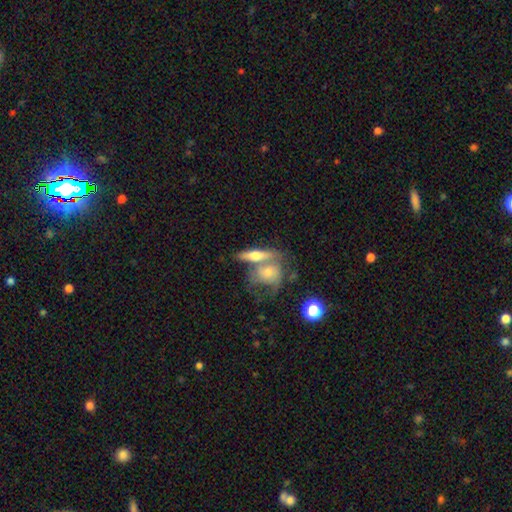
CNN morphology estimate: smooth-or-featured: featured or disk: 53% | smooth: 41% | star or artifact: 6%
  disk-edge-on: yes: 69% | no: 31%
  merging: merger: 43% | none: 40% | minor disturbance: 12% | major disturbance: 5%